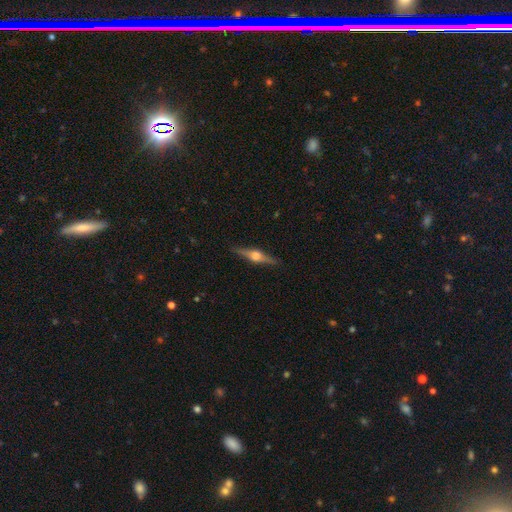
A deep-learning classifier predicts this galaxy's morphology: Smooth or featured? Predicted: featured or disk (p=0.80). Edge-on disk? Predicted: yes (p=0.98). Edge-on bulge? Predicted: rounded (p=0.94). Merging? Predicted: none (p=0.90).